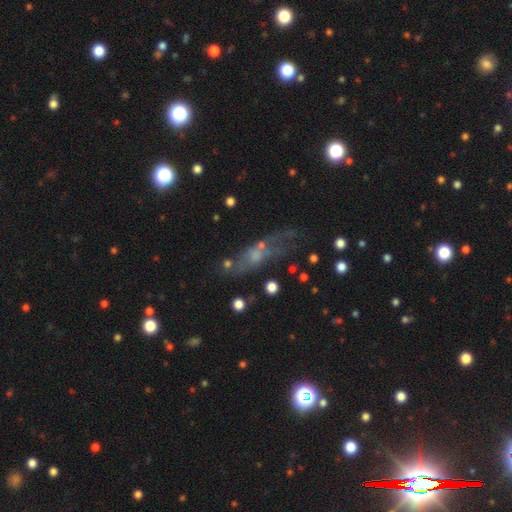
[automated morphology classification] This is marginally a featured or disk galaxy (45%). Merging: possibly none (48%).